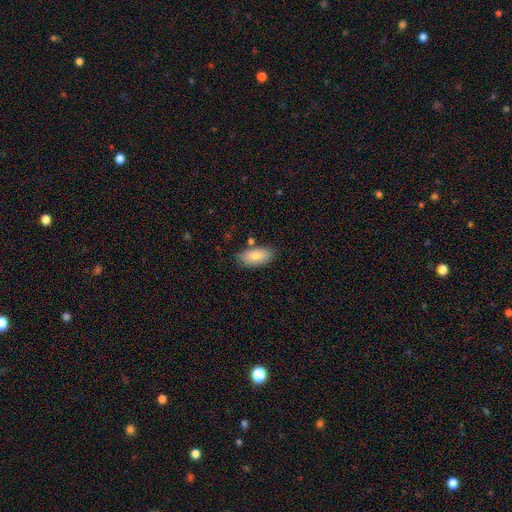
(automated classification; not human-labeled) Smooth or featured: smooth — 81% (featured or disk — 12%)
How rounded: in between — 92% (cigar-shaped — 5%)
Merging: none — 77% (minor disturbance — 15%)